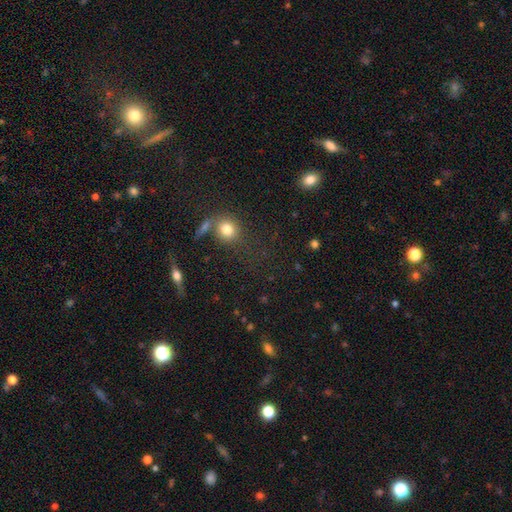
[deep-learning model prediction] Smooth or featured?
  - smooth: 49% *
  - star or artifact: 40%
  - featured or disk: 11%
Merging?
  - none: 57% *
  - merger: 16%
  - major disturbance: 14%
  - minor disturbance: 13%